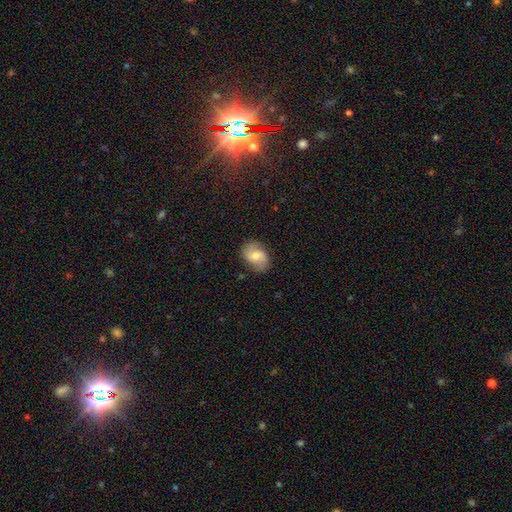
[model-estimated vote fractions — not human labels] A featured or disk galaxy (47%).

Vote fractions:
- Smooth or featured? featured or disk: 47% / smooth: 45% / star or artifact: 8%
- Merging? none: 76% / minor disturbance: 18% / major disturbance: 5% / merger: 1%